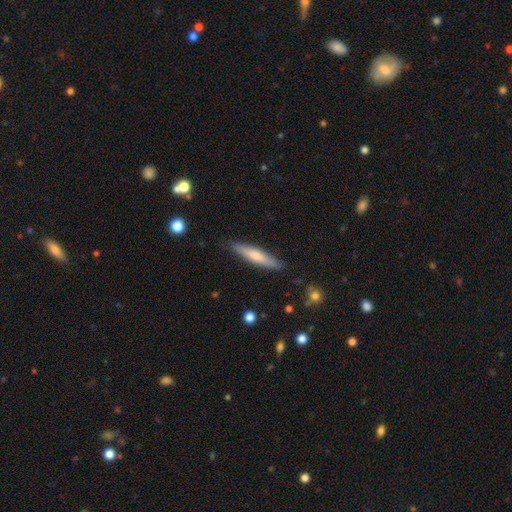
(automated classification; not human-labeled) smooth 67%, featured or disk 28%, star or artifact 5%. Down the decision tree: how rounded — cigar-shaped (87%); merging — none (86%).